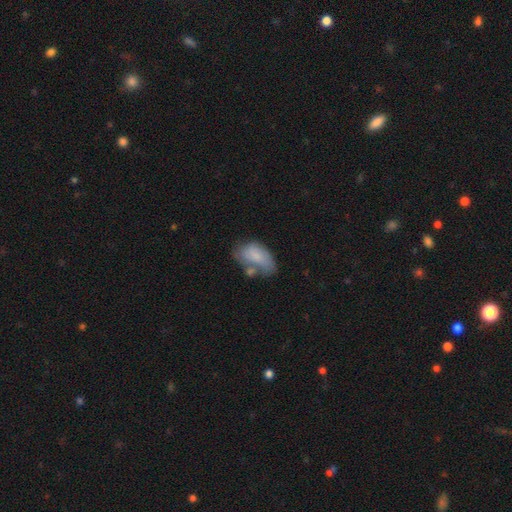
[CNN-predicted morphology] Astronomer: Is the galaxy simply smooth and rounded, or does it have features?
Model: smooth — 73%.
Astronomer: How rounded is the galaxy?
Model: in between — 92%.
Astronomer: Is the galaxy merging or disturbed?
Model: none — 34% (runner-up: minor disturbance, 28%).